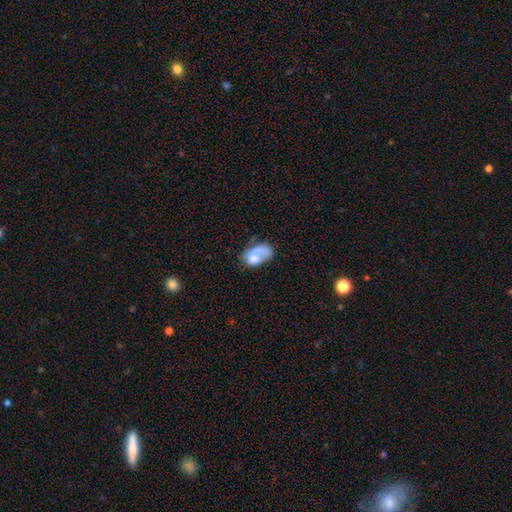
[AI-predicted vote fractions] This is likely a smooth galaxy (61%). How rounded: clearly in between (88%). Merging: marginally none (30%).